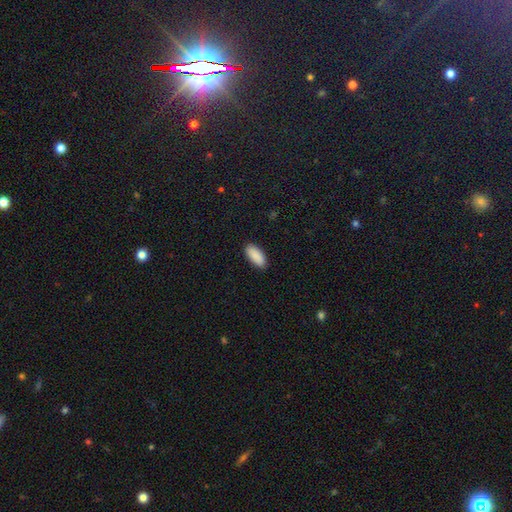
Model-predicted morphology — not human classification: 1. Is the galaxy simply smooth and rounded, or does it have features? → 91% smooth, 6% star or artifact, 3% featured or disk.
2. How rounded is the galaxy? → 90% in between, 9% cigar-shaped, 2% round.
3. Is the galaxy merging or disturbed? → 90% none, 7% minor disturbance, 2% major disturbance, 1% merger.